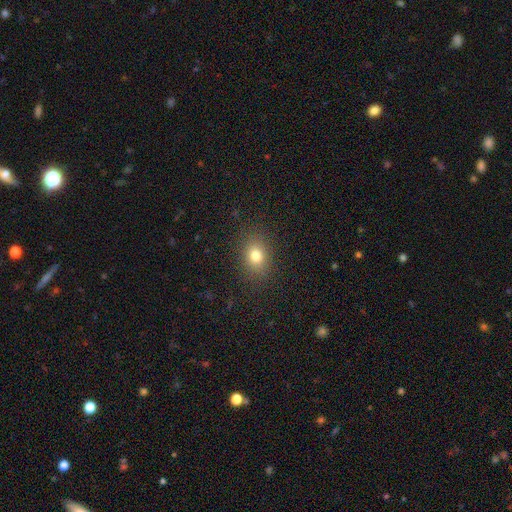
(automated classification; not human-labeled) smooth-or-featured: smooth: 78% | star or artifact: 14% | featured or disk: 9%
  how-rounded: in between: 55% | round: 44% | cigar-shaped: 1%
  merging: none: 87% | minor disturbance: 9% | major disturbance: 3% | merger: 1%